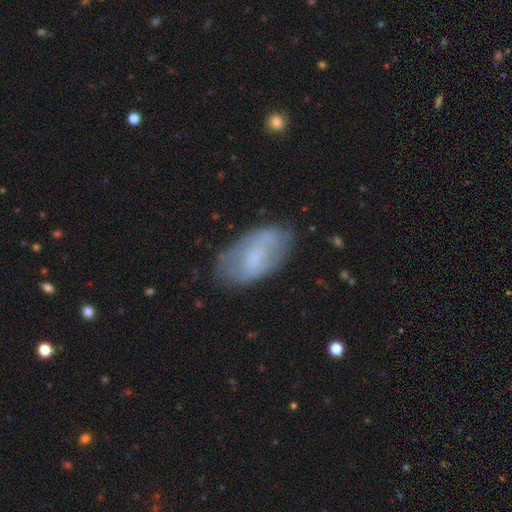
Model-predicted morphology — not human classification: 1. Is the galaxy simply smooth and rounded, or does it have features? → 54% smooth, 39% featured or disk, 7% star or artifact.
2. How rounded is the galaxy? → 93% in between, 3% cigar-shaped, 3% round.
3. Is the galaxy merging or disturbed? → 70% none, 21% minor disturbance, 7% major disturbance, 2% merger.